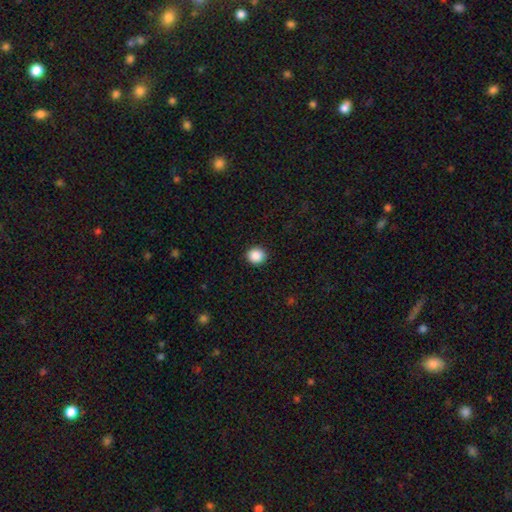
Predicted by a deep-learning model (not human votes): Smooth or featured?
  - smooth: 89% *
  - star or artifact: 9%
  - featured or disk: 2%
How rounded?
  - round: 88% *
  - in between: 11%
  - cigar-shaped: 1%
Merging?
  - none: 92% *
  - minor disturbance: 5%
  - major disturbance: 2%
  - merger: 1%